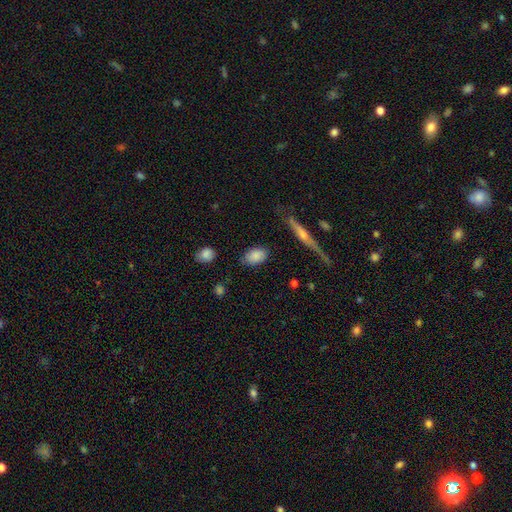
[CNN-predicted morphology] Smooth or featured: smooth — 84% (featured or disk — 9%)
How rounded: in between — 88% (round — 10%)
Merging: none — 80% (minor disturbance — 14%)